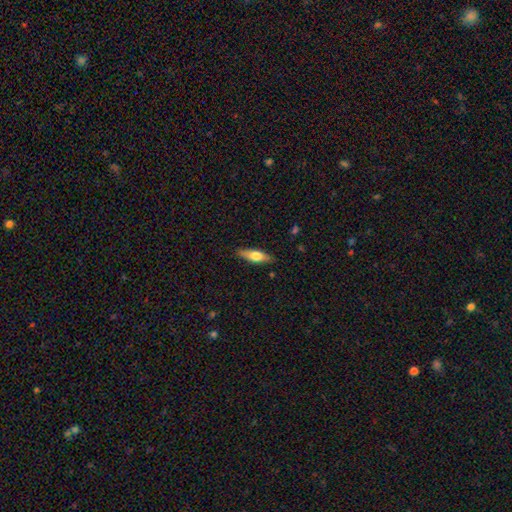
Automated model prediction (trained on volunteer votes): This appears to be a smooth galaxy with no disk features (62%) that is in between round and cigar-shaped (50%). Merging: none (86%).